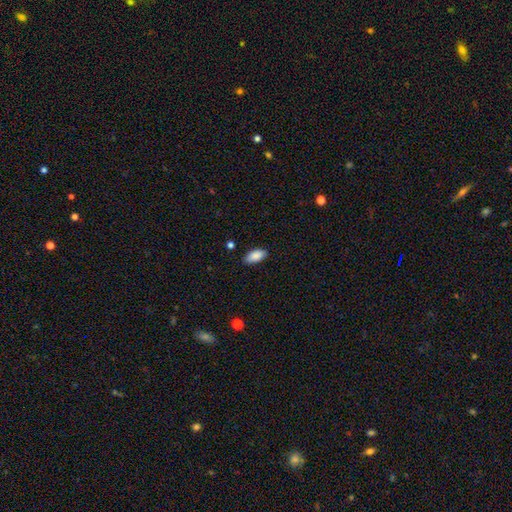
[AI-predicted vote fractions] smooth_or_featured: smooth (p=0.88) [alt: star or artifact p=0.07]
how_rounded: in between (p=0.92) [alt: cigar-shaped p=0.06]
merging: none (p=0.87) [alt: minor disturbance p=0.10]